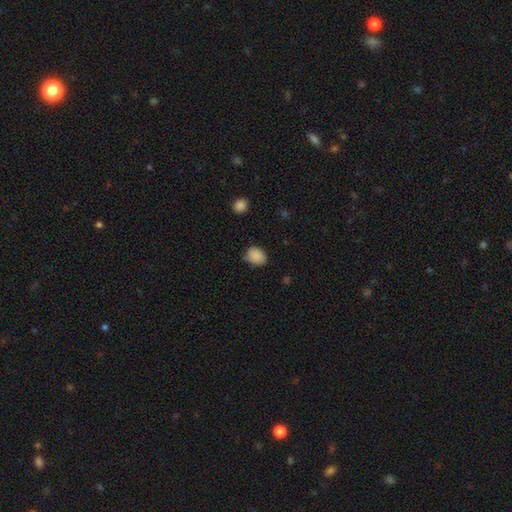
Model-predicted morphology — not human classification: type=smooth (86%); roundness=in between (53%); merging=none (67%).